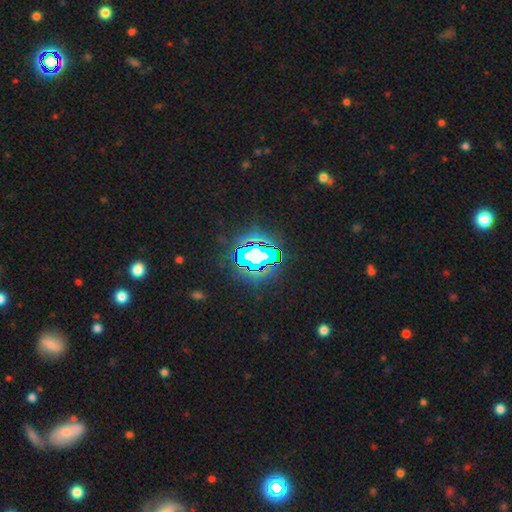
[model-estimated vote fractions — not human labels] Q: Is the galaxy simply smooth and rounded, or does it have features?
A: star or artifact — 73%.